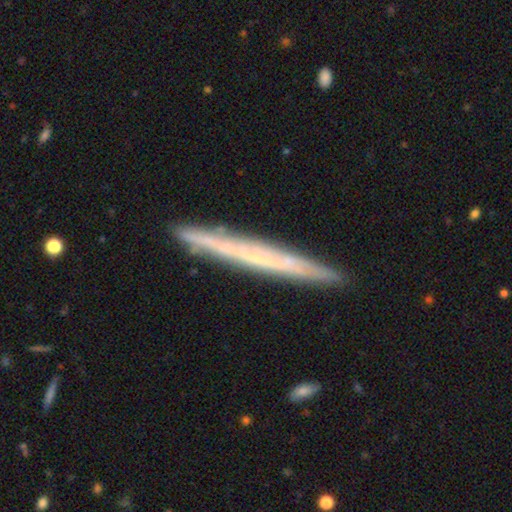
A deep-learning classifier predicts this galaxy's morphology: Smooth or featured? Predicted: featured or disk (p=0.60). Edge-on disk? Predicted: yes (p=0.95). Edge-on bulge? Predicted: none (p=0.84). Merging? Predicted: none (p=0.90).